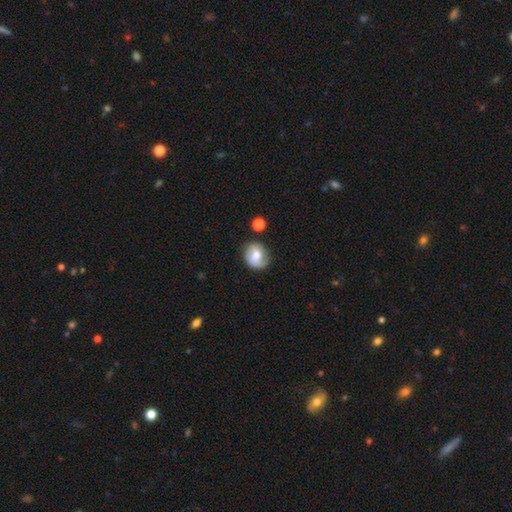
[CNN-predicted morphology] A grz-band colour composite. It shows a smooth galaxy with no disk features (57%) that is round (69%). Merging: none (68%).